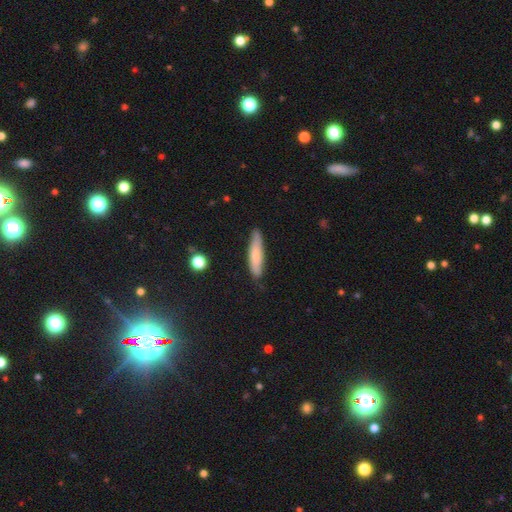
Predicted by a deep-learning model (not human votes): Smooth or featured? Predicted: smooth (p=0.72). How rounded? Predicted: cigar-shaped (p=0.81). Merging? Predicted: none (p=0.78).